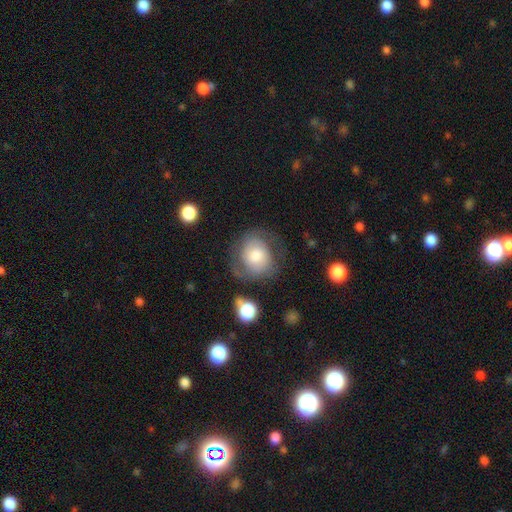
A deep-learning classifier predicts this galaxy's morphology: featured or disk 57%, smooth 35%, star or artifact 8%. Down the decision tree: edge-on disk — no (97%); bar — no (70%); spiral arms — yes (85%); bulge size — moderate (52%); merging — none (63%).